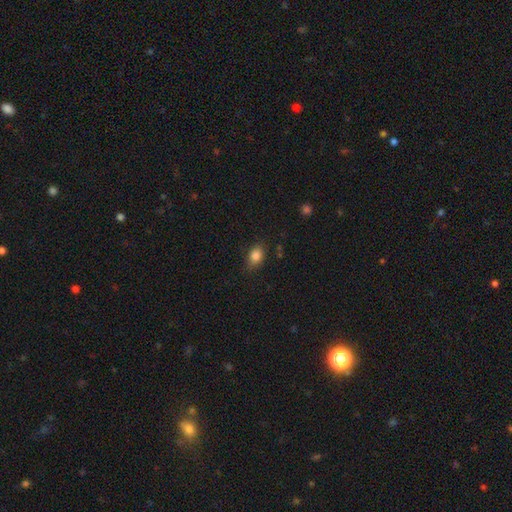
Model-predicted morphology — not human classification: type=smooth (84%); roundness=in between (77%); merging=none (78%).